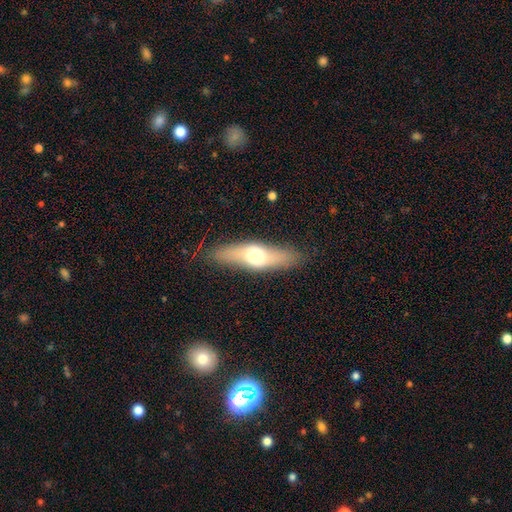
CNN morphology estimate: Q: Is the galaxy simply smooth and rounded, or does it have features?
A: smooth — 52%.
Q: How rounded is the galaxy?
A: cigar-shaped — 54%.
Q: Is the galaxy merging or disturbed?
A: none — 85%.